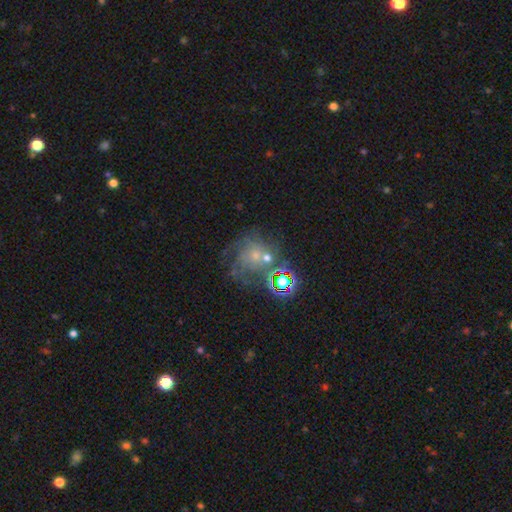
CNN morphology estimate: Smooth or featured: featured or disk — 41% (smooth — 31%)
Merging: none — 41% (merger — 22%)